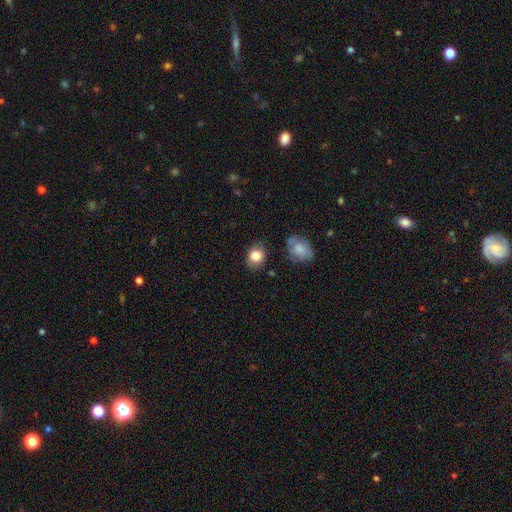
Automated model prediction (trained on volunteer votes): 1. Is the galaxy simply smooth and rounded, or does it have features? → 84% smooth, 8% star or artifact, 8% featured or disk.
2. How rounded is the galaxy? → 53% round, 45% in between, 1% cigar-shaped.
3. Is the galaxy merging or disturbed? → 72% none, 20% minor disturbance, 5% major disturbance, 4% merger.